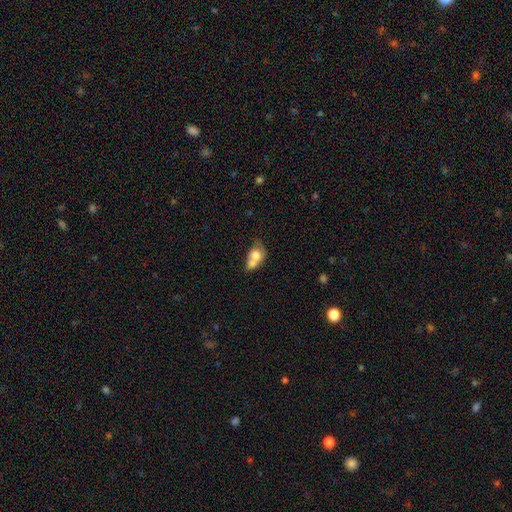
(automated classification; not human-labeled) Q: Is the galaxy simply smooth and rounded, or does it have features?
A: smooth — 68%.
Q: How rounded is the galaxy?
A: in between — 61%.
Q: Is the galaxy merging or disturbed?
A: merger — 63%.